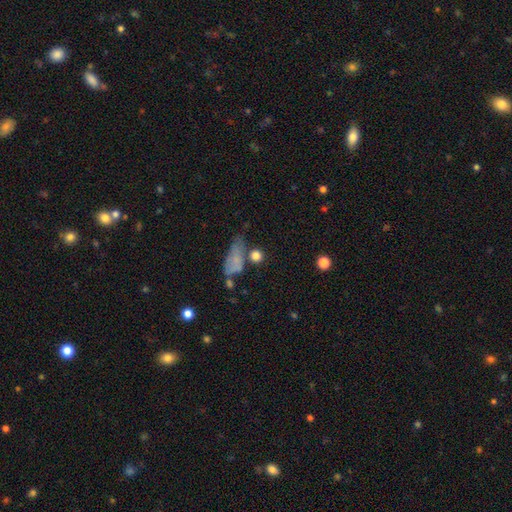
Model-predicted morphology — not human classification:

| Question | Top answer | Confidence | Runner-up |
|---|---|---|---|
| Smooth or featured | smooth | 79% | star or artifact (12%) |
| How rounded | round | 72% | in between (23%) |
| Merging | none | 59% | merger (17%) |